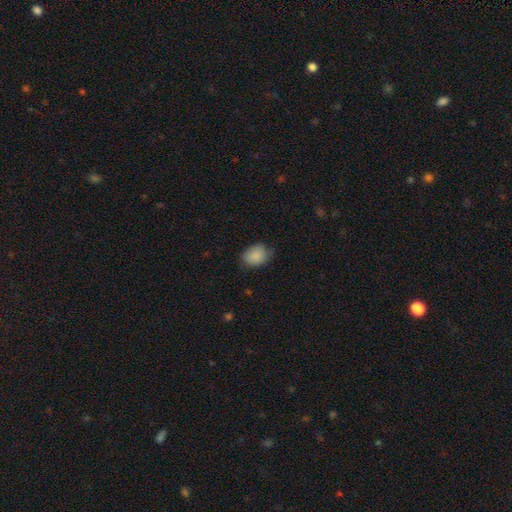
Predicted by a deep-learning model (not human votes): Smooth or featured?
  - smooth: 88% *
  - star or artifact: 7%
  - featured or disk: 5%
How rounded?
  - in between: 63% *
  - round: 36%
  - cigar-shaped: 1%
Merging?
  - none: 69% *
  - minor disturbance: 25%
  - major disturbance: 5%
  - merger: 1%